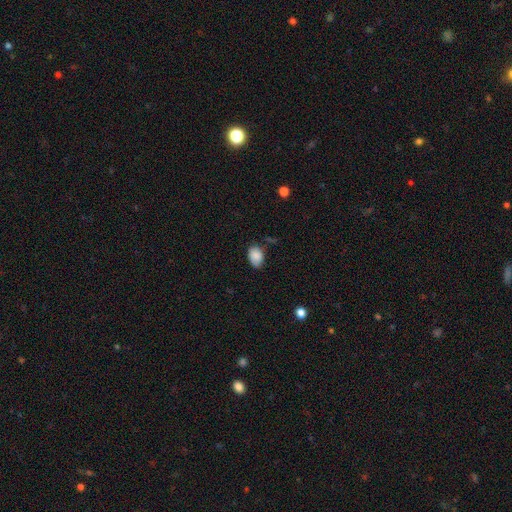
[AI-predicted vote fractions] The model was most divided on "merging": none: 68%, minor disturbance: 25%, major disturbance: 4%, merger: 3%. More confident: smooth or featured — smooth (88%); how rounded — in between (82%).